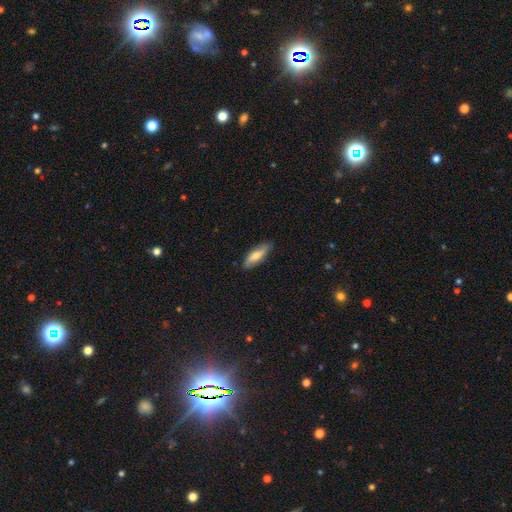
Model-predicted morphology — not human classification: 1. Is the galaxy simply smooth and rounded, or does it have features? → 64% smooth, 30% featured or disk, 6% star or artifact.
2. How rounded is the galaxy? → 53% in between, 45% cigar-shaped, 2% round.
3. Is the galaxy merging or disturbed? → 83% none, 14% minor disturbance, 2% major disturbance, 1% merger.